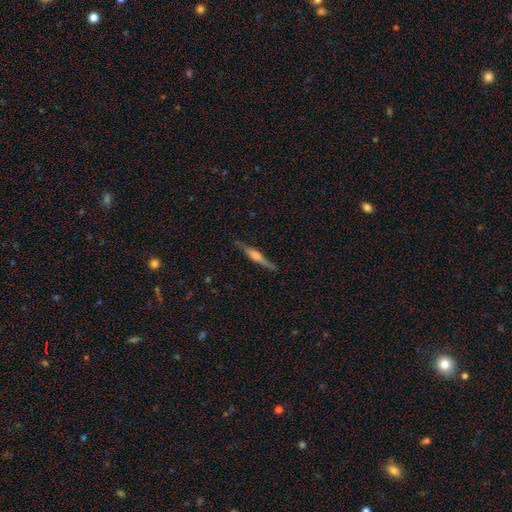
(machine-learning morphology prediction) Smooth or featured? Predicted: featured or disk (p=0.69). Edge-on disk? Predicted: yes (p=0.97). Edge-on bulge? Predicted: rounded (p=0.59). Merging? Predicted: none (p=0.86).